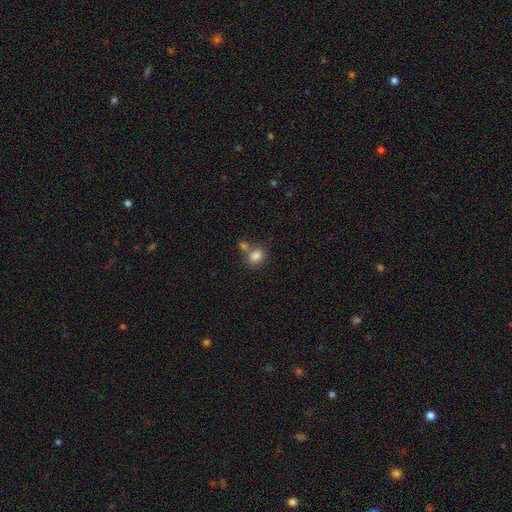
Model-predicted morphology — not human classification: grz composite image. It shows a smooth galaxy with no disk features (83%) that is round (55%). Merging: none (54%).